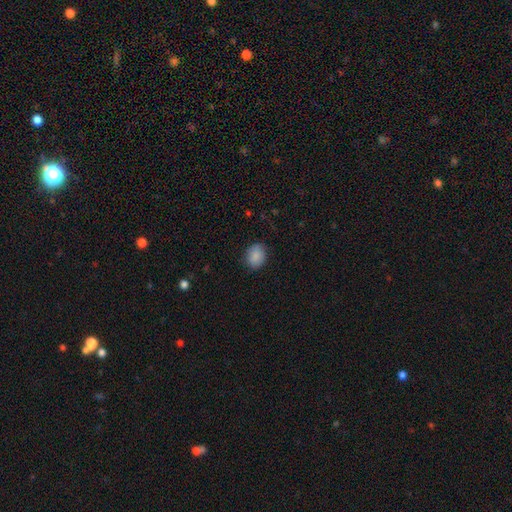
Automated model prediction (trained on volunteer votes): Smooth or featured?
  - smooth: 88% *
  - star or artifact: 8%
  - featured or disk: 4%
How rounded?
  - round: 50% *
  - in between: 49%
  - cigar-shaped: 1%
Merging?
  - none: 84% *
  - minor disturbance: 12%
  - major disturbance: 3%
  - merger: 1%